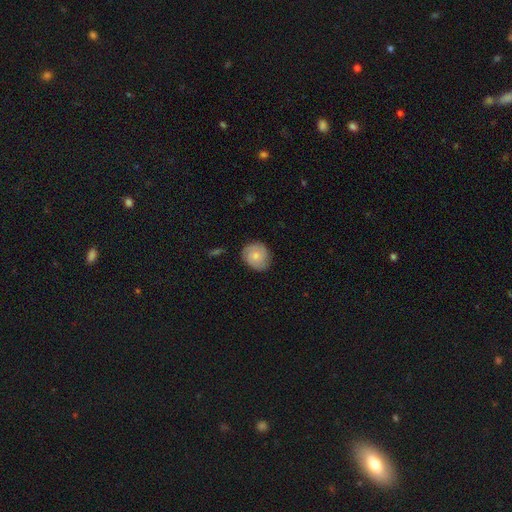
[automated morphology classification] type=smooth (54%); roundness=round (75%); merging=none (81%).